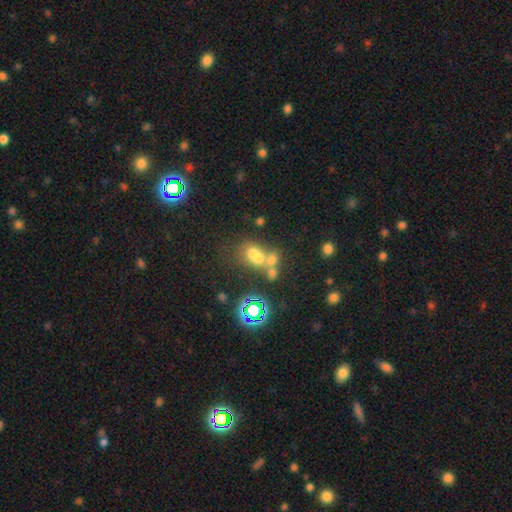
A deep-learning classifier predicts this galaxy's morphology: The model was most divided on "how rounded": in between: 51%, round: 47%, cigar-shaped: 2%. More confident: smooth or featured — smooth (52%); merging — merger (51%).